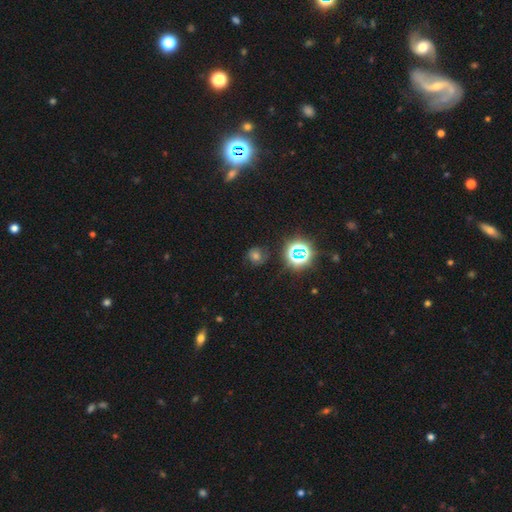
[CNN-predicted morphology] Smooth or featured? smooth (51%)
How rounded? round (85%)
Merging? none (82%)